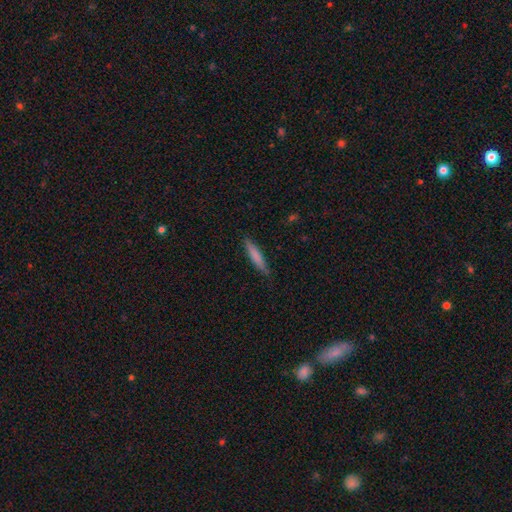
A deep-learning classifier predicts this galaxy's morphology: type=smooth (78%); roundness=cigar-shaped (89%); merging=none (86%).